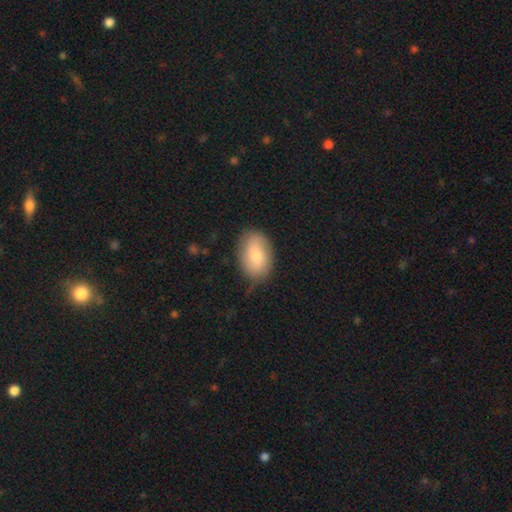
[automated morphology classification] Smooth or featured? Predicted: smooth (p=0.74). How rounded? Predicted: in between (p=0.88). Merging? Predicted: none (p=0.79).